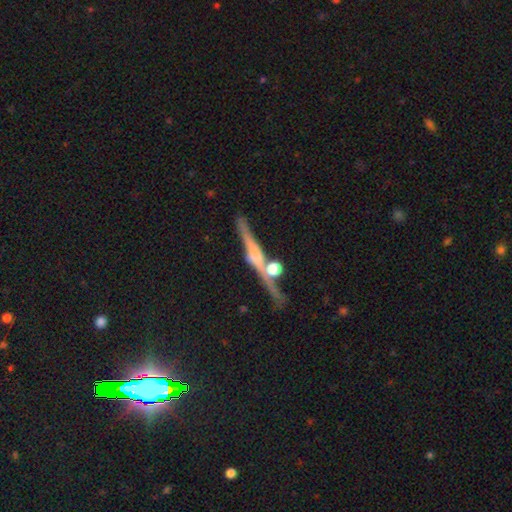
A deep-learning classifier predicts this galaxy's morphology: featured or disk 72%, smooth 19%, star or artifact 8%. Down the decision tree: edge-on disk — yes (95%); edge-on bulge — rounded (75%); merging — none (65%).